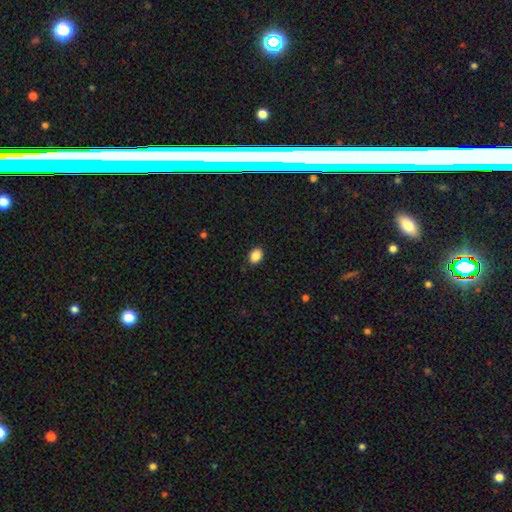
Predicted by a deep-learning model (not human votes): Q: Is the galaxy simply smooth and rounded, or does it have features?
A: smooth — 88%.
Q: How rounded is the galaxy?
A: in between — 77%.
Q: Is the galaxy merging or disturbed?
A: none — 90%.